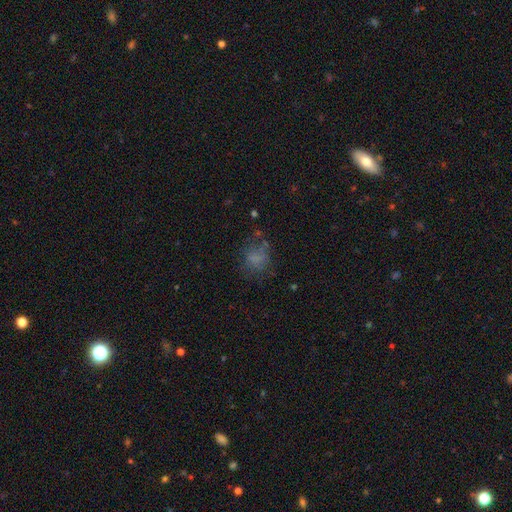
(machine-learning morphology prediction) Smooth or featured: smooth — 55% (star or artifact — 23%)
How rounded: round — 57% (in between — 41%)
Merging: none — 57% (minor disturbance — 20%)